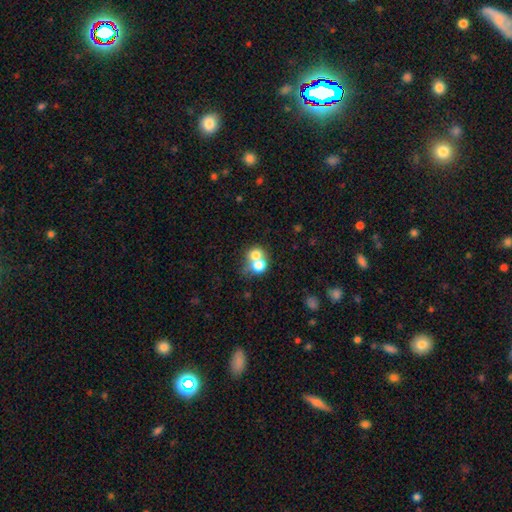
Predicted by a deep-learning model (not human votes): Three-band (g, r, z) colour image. It shows a smooth galaxy with no disk features (71%) that is round (70%). Merging: merger (65%).